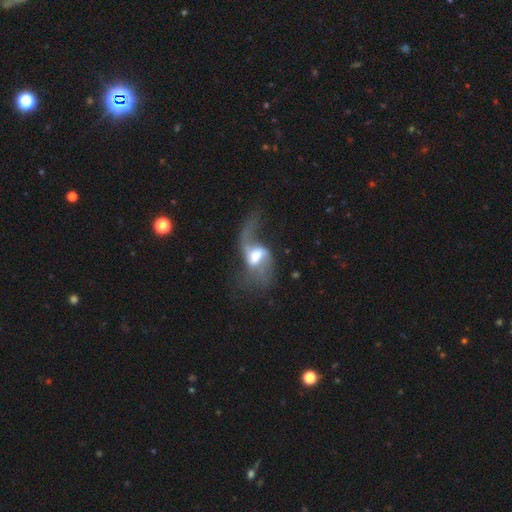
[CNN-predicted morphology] featured or disk 74%, smooth 18%, star or artifact 8%. Down the decision tree: edge-on disk — no (96%); bar — weak (50%); spiral arms — yes (85%); spiral arm count — 2 (70%); spiral winding — loose (85%); bulge size — moderate (46%); merging — major disturbance (45%).